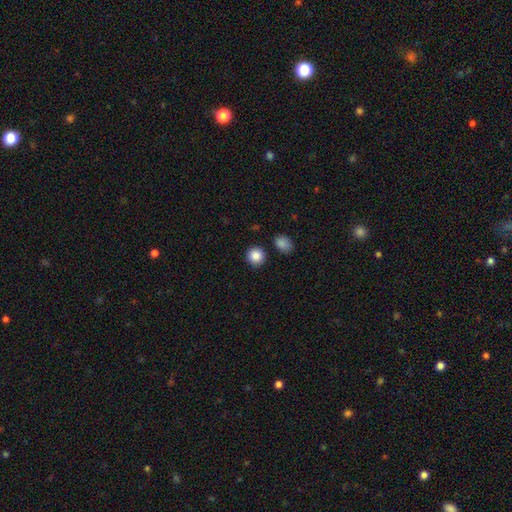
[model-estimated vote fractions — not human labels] smooth 88%, star or artifact 9%, featured or disk 4%. Down the decision tree: how rounded — round (91%); merging — none (88%).